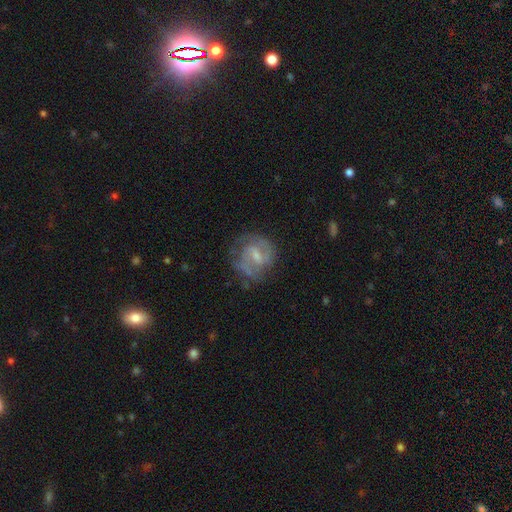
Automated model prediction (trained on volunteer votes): Smooth or featured? Predicted: featured or disk (p=0.75). Edge-on disk? Predicted: no (p=0.97). Bar? Predicted: weak (p=0.59). Spiral arms? Predicted: yes (p=0.88). Spiral winding? Predicted: medium (p=0.49). Spiral arm count? Predicted: 2 (p=0.69). Bulge size? Predicted: small (p=0.50). Merging? Predicted: none (p=0.64).